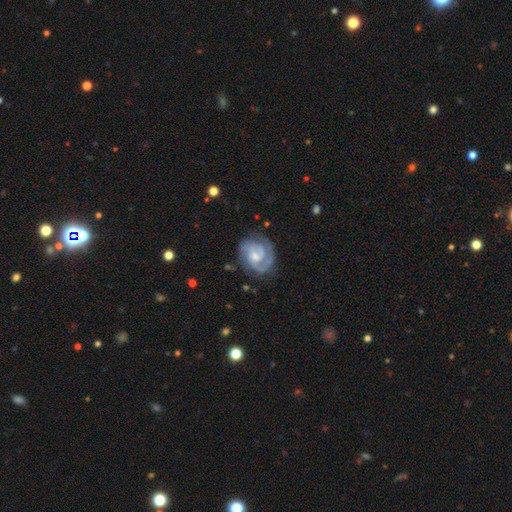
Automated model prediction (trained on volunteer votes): smooth-or-featured: featured or disk: 85% | smooth: 11% | star or artifact: 5%
  disk-edge-on: no: 98% | yes: 2%
    bar: no: 52% | weak: 42% | strong: 6%
    has-spiral-arms: yes: 96% | no: 4%
      spiral-winding: tight: 59% | medium: 33% | loose: 7%
      spiral-arm-count: 2: 58% | can't tell: 15% | 3: 14% | 1: 8% | 4: 3% | more than 4: 3%
    bulge-size: moderate: 46% | small: 40% | none: 8% | large: 5% | dominant: 1%
  merging: none: 72% | minor disturbance: 18% | major disturbance: 8% | merger: 2%